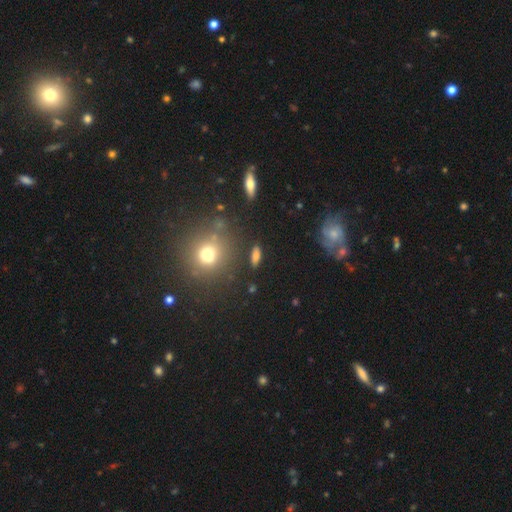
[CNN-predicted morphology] Overall: smooth (69%). How rounded: cigar-shaped (47%; in between 44%). Merging: none (84%).